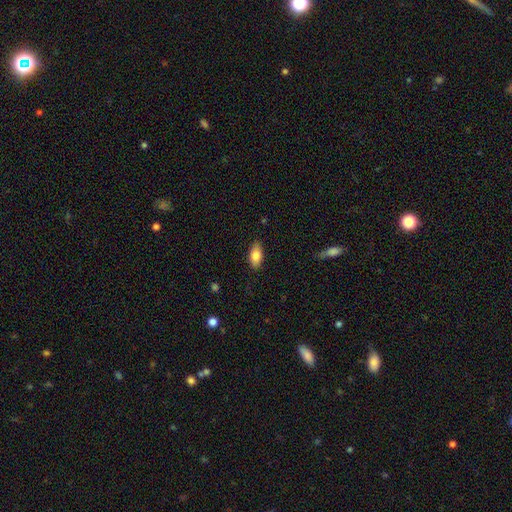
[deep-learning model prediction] Smooth or featured? Predicted: smooth (p=0.80). How rounded? Predicted: in between (p=0.89). Merging? Predicted: none (p=0.86).